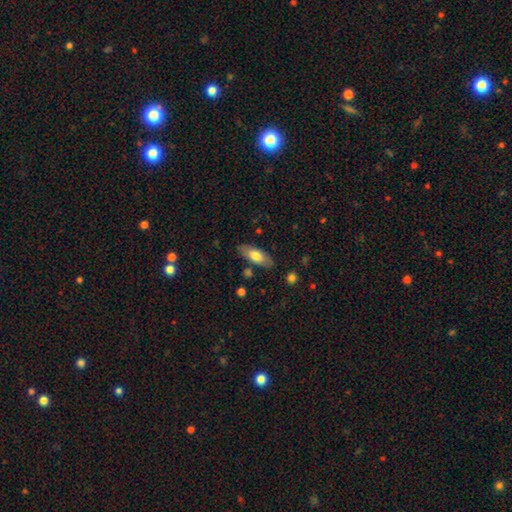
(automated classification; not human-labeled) Smooth or featured? Predicted: smooth (p=0.70). How rounded? Predicted: in between (p=0.81). Merging? Predicted: none (p=0.81).